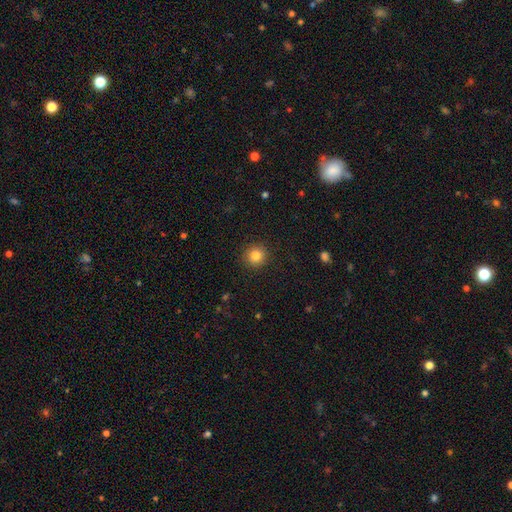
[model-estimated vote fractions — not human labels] Q: Smooth or featured?
A: smooth (84%); runner-up: star or artifact (11%)
Q: How rounded?
A: round (92%); runner-up: in between (7%)
Q: Merging?
A: none (91%); runner-up: minor disturbance (6%)